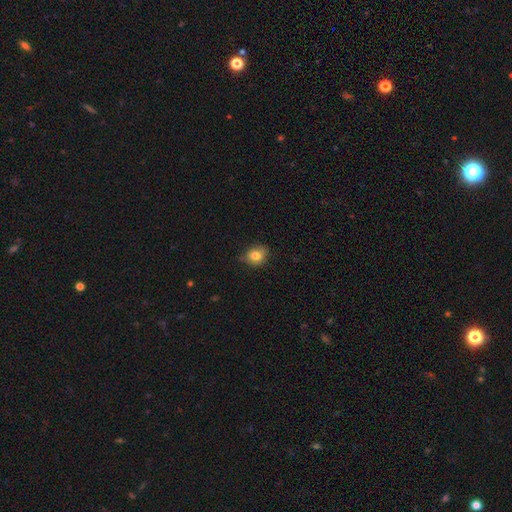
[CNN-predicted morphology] smooth-or-featured: smooth: 81% | featured or disk: 10% | star or artifact: 9%
  how-rounded: round: 54% | in between: 45% | cigar-shaped: 1%
  merging: none: 69% | minor disturbance: 26% | major disturbance: 4% | merger: 1%